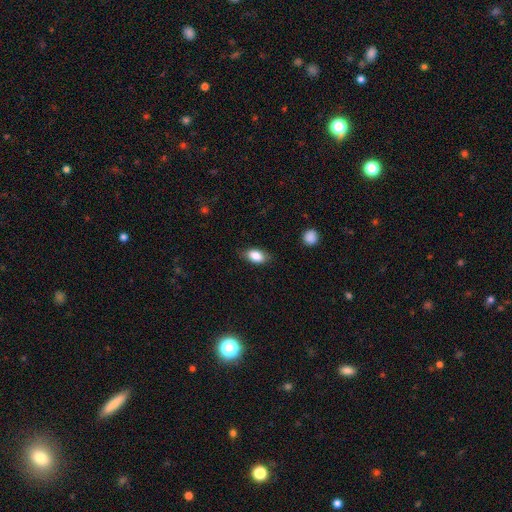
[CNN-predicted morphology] The model was most divided on "merging": none: 81%, minor disturbance: 15%, major disturbance: 3%, merger: 1%. More confident: how rounded — in between (89%); smooth or featured — smooth (84%).